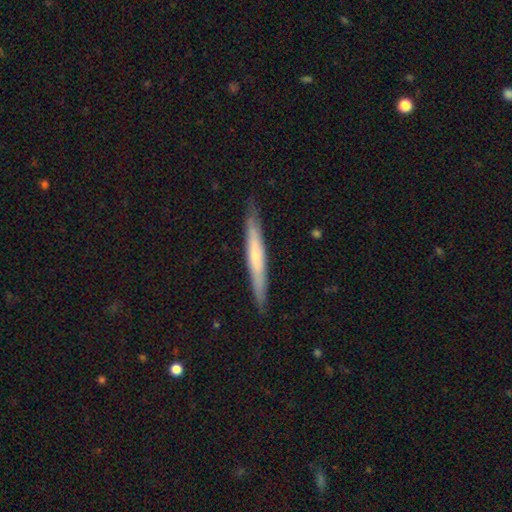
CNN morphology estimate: A smooth galaxy with no disk features (47%, tied with featured or disk).

Vote fractions:
- Smooth or featured? smooth: 47% (tied) / featured or disk: 47% (tied) / star or artifact: 6%
- Merging? none: 88% / minor disturbance: 10% / major disturbance: 2% / merger: 1%